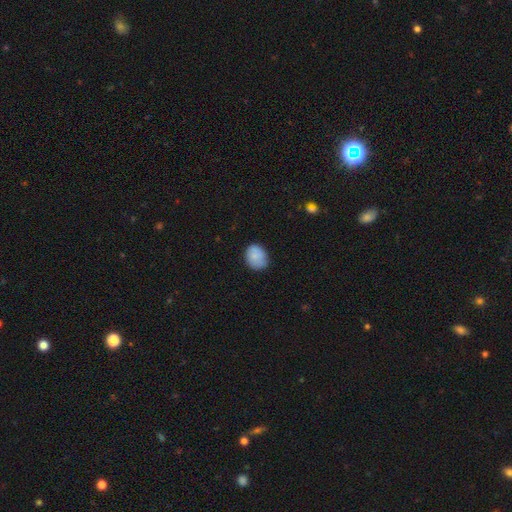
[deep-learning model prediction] A smooth galaxy with no disk features (84%) that is in between round and cigar-shaped (54%).

Vote fractions:
- Smooth or featured? smooth: 84% / featured or disk: 8% / star or artifact: 7%
- How rounded? in between: 54% / round: 45% / cigar-shaped: 1%
- Merging? none: 76% / minor disturbance: 19% / major disturbance: 4% / merger: 1%